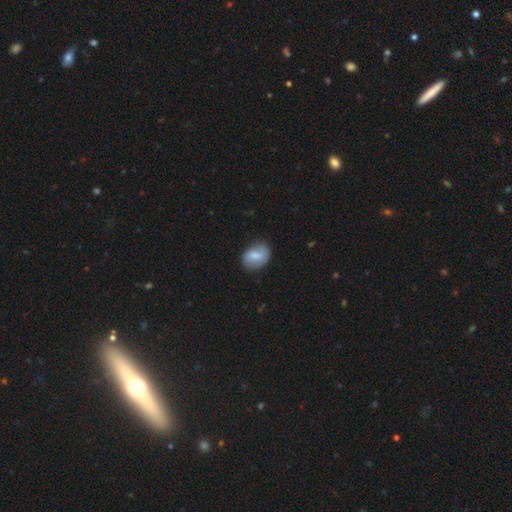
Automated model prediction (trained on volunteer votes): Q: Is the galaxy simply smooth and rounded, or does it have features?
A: smooth — 68%.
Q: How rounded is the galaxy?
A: in between — 74%.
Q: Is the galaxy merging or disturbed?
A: none — 75%.